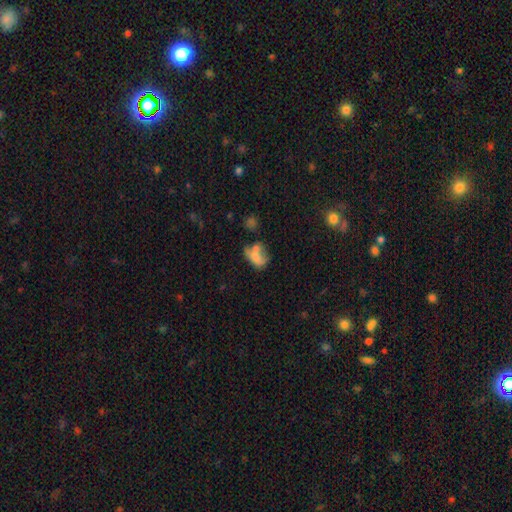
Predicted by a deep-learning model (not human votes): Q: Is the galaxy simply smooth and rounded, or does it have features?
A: smooth — 65%.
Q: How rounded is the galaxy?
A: in between — 79%.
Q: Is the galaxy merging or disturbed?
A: merger — 33%.